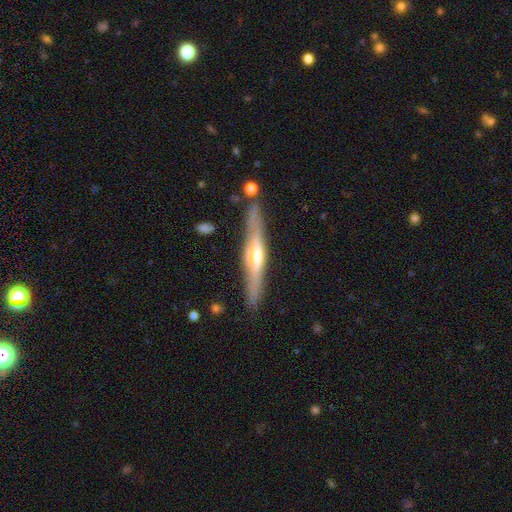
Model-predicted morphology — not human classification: This appears to be a featured or disk galaxy (73%) viewed edge-on (94%) with a rounded central bulge (69%). Merging: none (83%).